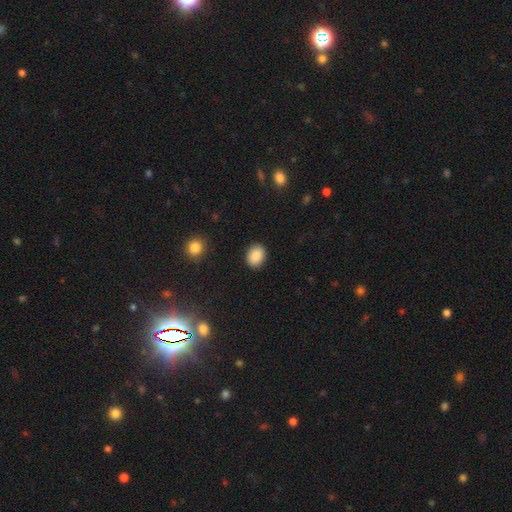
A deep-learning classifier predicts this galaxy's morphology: A smooth galaxy with no disk features (88%) that is in between round and cigar-shaped (59%).

Vote fractions:
- Smooth or featured? smooth: 88% / star or artifact: 8% / featured or disk: 4%
- How rounded? in between: 59% / round: 40% / cigar-shaped: 1%
- Merging? none: 90% / minor disturbance: 7% / major disturbance: 2% / merger: 1%